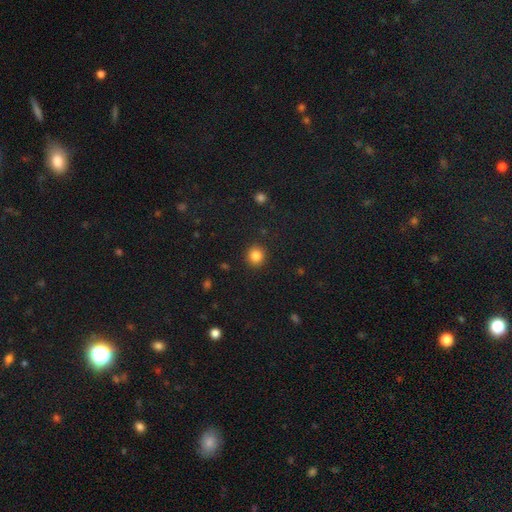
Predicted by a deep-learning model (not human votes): Smooth or featured: smooth — 85% (star or artifact — 11%)
How rounded: round — 92% (in between — 7%)
Merging: none — 92% (minor disturbance — 5%)